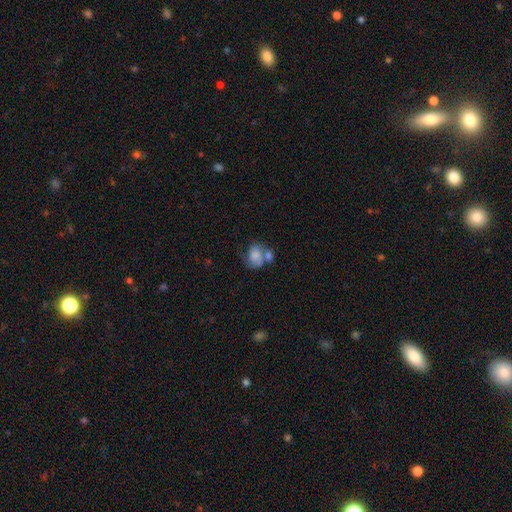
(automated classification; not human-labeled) Q: Smooth or featured?
A: smooth (63%); runner-up: featured or disk (28%)
Q: How rounded?
A: in between (54%); runner-up: round (45%)
Q: Merging?
A: merger (43%); runner-up: none (27%)